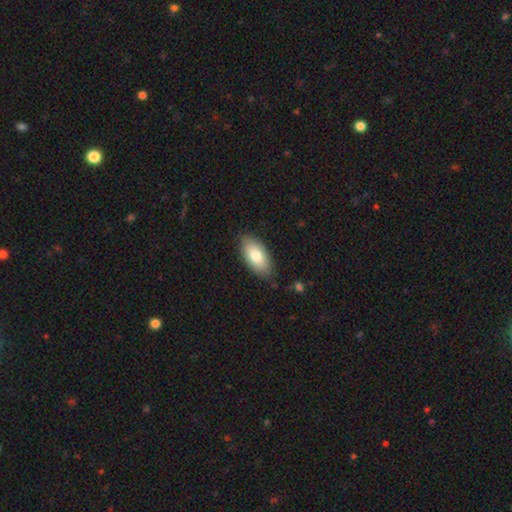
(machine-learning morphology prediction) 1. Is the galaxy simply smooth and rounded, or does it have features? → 78% smooth, 15% featured or disk, 6% star or artifact.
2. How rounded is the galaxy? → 92% in between, 5% cigar-shaped, 3% round.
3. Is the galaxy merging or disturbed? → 84% none, 12% minor disturbance, 3% major disturbance, 1% merger.